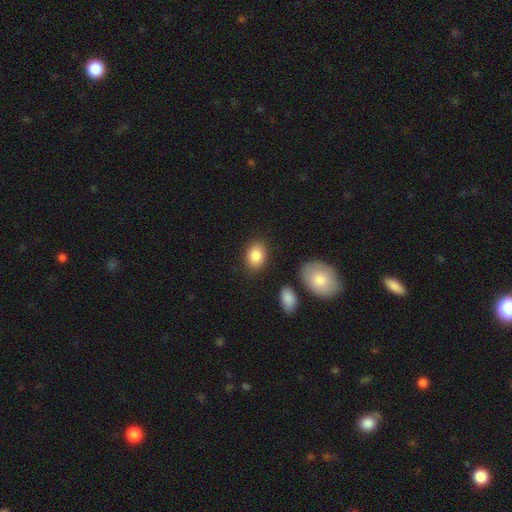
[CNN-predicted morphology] A smooth galaxy with no disk features (86%) that is in between round and cigar-shaped (79%).

Vote fractions:
- Smooth or featured? smooth: 86% / featured or disk: 8% / star or artifact: 7%
- How rounded? in between: 79% / round: 20% / cigar-shaped: 1%
- Merging? none: 82% / minor disturbance: 12% / merger: 3% / major disturbance: 3%